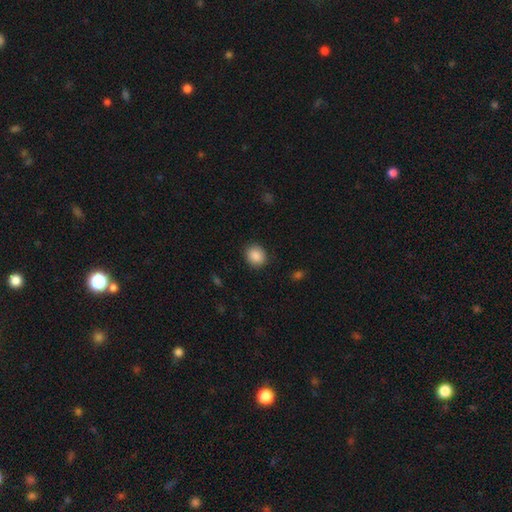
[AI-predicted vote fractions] Smooth or featured: smooth — 88% (star or artifact — 8%)
How rounded: round — 74% (in between — 25%)
Merging: none — 88% (minor disturbance — 9%)